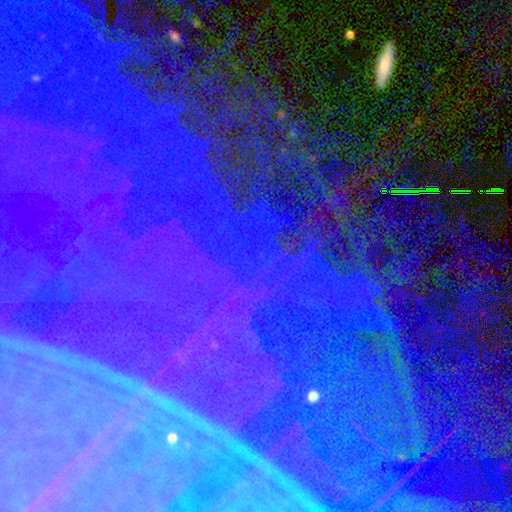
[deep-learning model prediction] smooth_or_featured: star or artifact (p=0.72) [alt: featured or disk p=0.18]